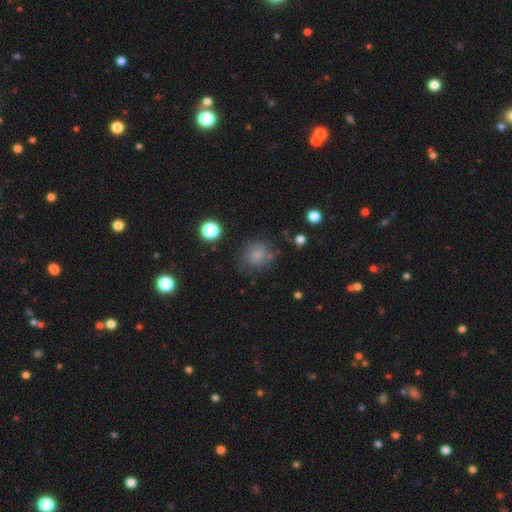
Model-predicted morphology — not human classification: Q: Smooth or featured?
A: smooth (65%); runner-up: star or artifact (19%)
Q: How rounded?
A: round (81%); runner-up: in between (18%)
Q: Merging?
A: none (74%); runner-up: minor disturbance (17%)